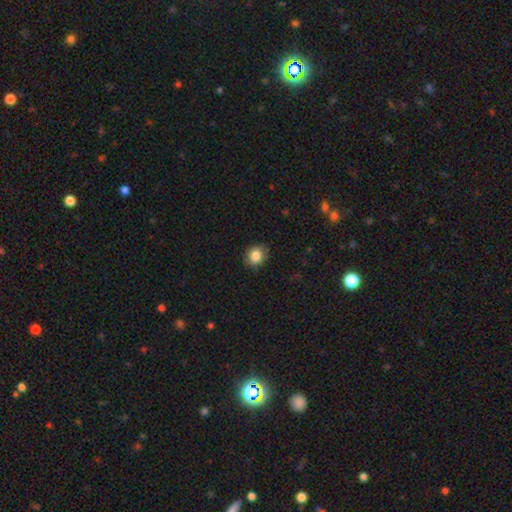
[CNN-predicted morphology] smooth-or-featured: smooth: 85% | star or artifact: 10% | featured or disk: 5%
  how-rounded: round: 72% | in between: 27% | cigar-shaped: 1%
  merging: none: 86% | minor disturbance: 11% | major disturbance: 2% | merger: 1%